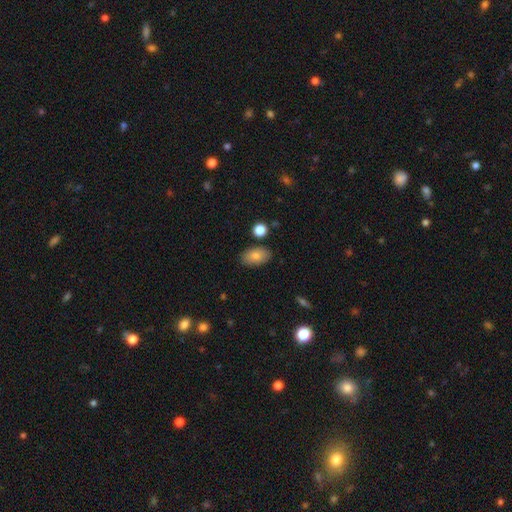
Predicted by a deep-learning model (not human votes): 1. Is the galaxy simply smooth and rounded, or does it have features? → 82% smooth, 10% featured or disk, 7% star or artifact.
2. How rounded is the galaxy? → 92% in between, 6% round, 2% cigar-shaped.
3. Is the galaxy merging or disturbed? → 84% none, 11% minor disturbance, 3% merger, 2% major disturbance.